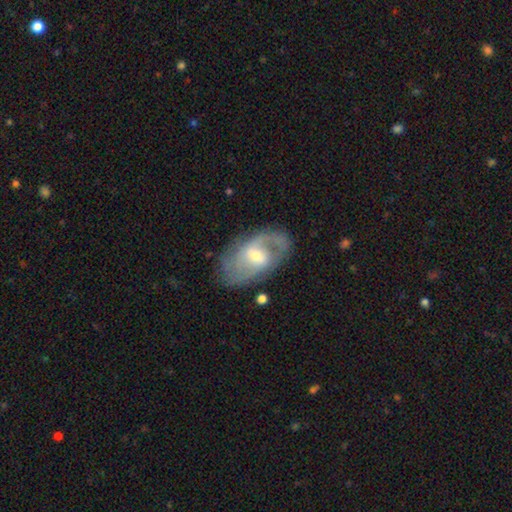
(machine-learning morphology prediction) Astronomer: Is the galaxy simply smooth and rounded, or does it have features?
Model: featured or disk — 79%.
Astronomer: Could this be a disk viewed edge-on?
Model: no — 95%.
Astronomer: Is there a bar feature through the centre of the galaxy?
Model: weak — 50% (runner-up: no, 36%).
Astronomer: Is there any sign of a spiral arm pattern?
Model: yes — 90%.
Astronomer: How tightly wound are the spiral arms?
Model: medium — 47% (runner-up: tight, 30%).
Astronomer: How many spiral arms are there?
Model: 2 — 63%.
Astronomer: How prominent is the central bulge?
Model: moderate — 54% (runner-up: small, 41%).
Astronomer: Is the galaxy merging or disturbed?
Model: none — 73%.